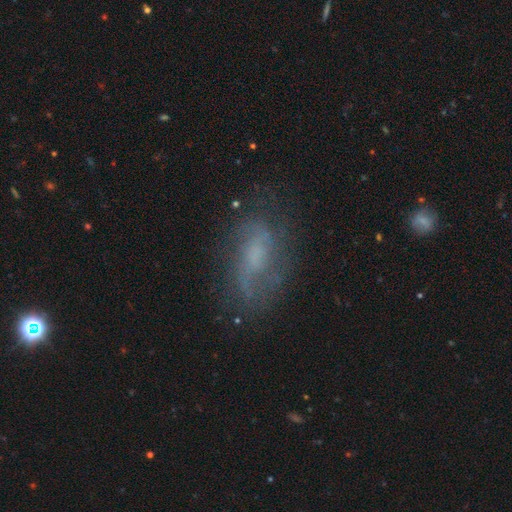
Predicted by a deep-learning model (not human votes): The model was most divided on "bulge size": small: 34%, none: 33%, moderate: 26%, large: 6%, dominant: 1%. Remaining: edge-on disk — no (94%); spiral arms — yes (84%); merging — none (68%); smooth or featured — featured or disk (65%); spiral arm count — 2 (61%); bar — no (50%); spiral winding — loose (41%).